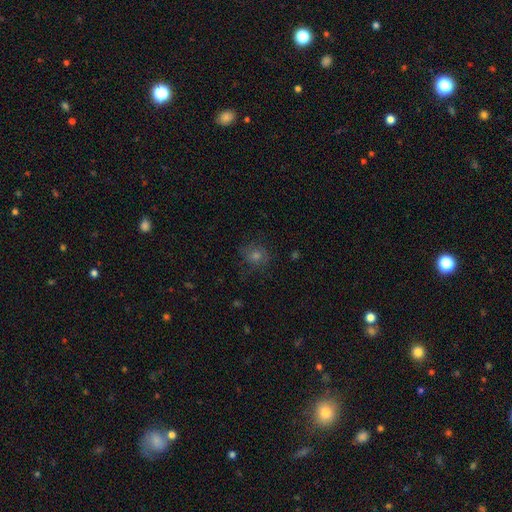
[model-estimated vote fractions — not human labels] This is possibly a smooth galaxy (55%). How rounded: clearly round (82%). Merging: likely none (79%).